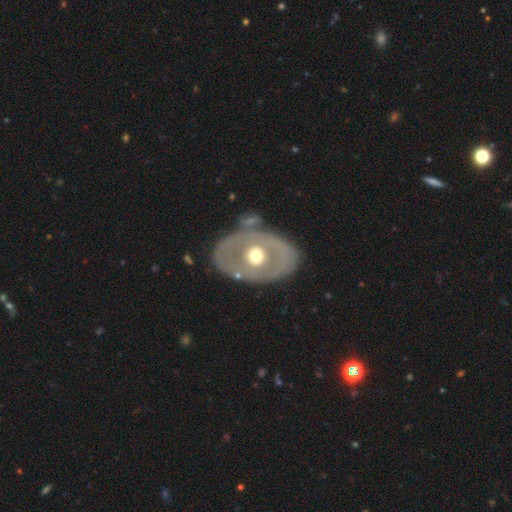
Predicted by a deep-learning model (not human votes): smooth-or-featured: featured or disk: 64% | smooth: 31% | star or artifact: 5%
  disk-edge-on: no: 93% | yes: 7%
    bar: no: 84% | weak: 11% | strong: 5%
    has-spiral-arms: no: 84% | yes: 16%
    bulge-size: moderate: 75% | large: 13% | small: 10% | dominant: 1% | none: 1%
  merging: none: 71% | minor disturbance: 15% | major disturbance: 8% | merger: 6%